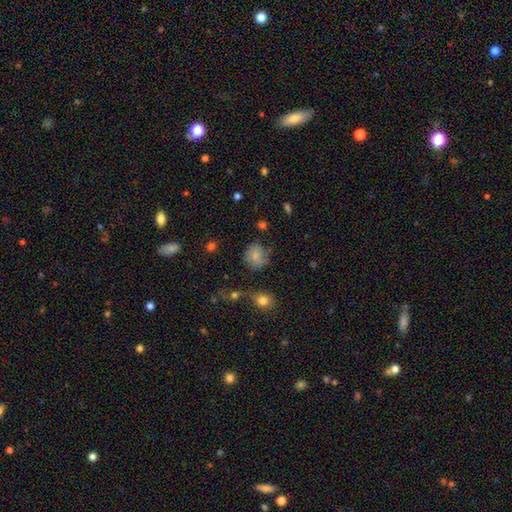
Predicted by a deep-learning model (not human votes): This appears to be a smooth galaxy with no disk features (64%) that is round (77%). Merging: none (56%).